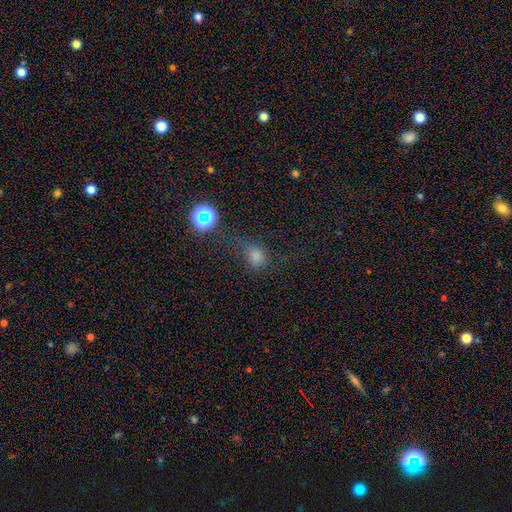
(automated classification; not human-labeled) smooth-or-featured: smooth: 65% | star or artifact: 27% | featured or disk: 8%
  how-rounded: round: 64% | in between: 34% | cigar-shaped: 2%
  merging: none: 56% | minor disturbance: 24% | major disturbance: 16% | merger: 4%